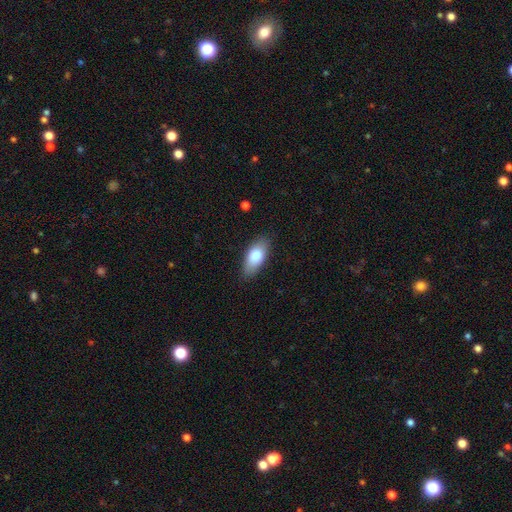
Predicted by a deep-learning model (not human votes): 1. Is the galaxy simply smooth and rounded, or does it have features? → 78% smooth, 16% featured or disk, 6% star or artifact.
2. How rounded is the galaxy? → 87% in between, 10% cigar-shaped, 3% round.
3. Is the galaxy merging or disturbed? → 84% none, 13% minor disturbance, 3% major disturbance, 1% merger.